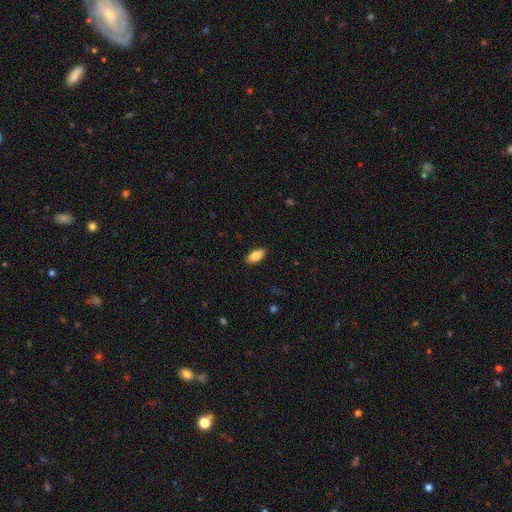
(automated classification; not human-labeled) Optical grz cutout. It shows a smooth galaxy with no disk features (85%) that is in between round and cigar-shaped (88%). Merging: none (89%).